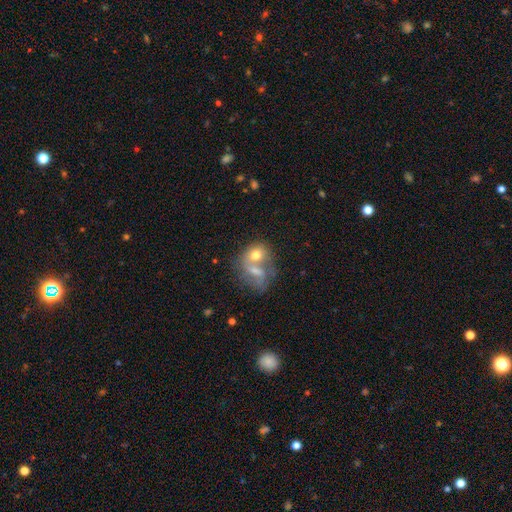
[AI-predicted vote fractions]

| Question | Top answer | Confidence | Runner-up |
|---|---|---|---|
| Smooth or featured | smooth | 57% | featured or disk (33%) |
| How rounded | round | 54% | in between (44%) |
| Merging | merger | 65% | none (20%) |